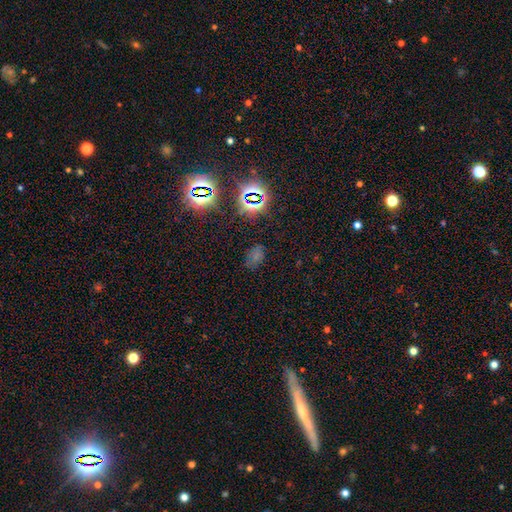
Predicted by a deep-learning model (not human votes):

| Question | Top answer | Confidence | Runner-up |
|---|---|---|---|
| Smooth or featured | star or artifact | 48% | smooth (40%) |